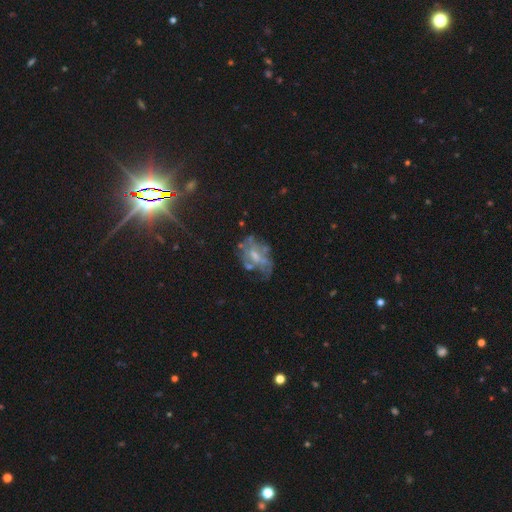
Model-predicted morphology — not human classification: featured or disk 64%, smooth 23%, star or artifact 14%. Down the decision tree: edge-on disk — no (96%); bar — no (64%); spiral arms — no (68%); bulge size — moderate (40%); merging — none (38%).